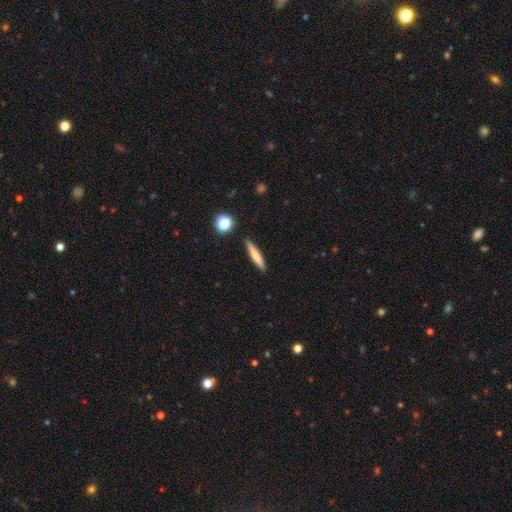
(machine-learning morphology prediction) The model was most divided on "smooth or featured": smooth: 70%, featured or disk: 22%, star or artifact: 8%. More confident: how rounded — cigar-shaped (90%); merging — none (89%).